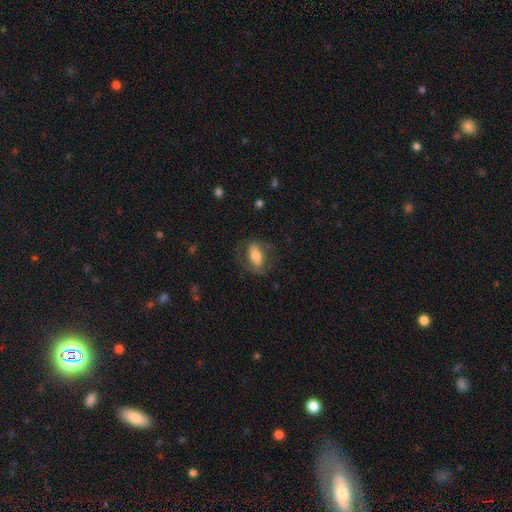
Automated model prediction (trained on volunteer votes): smooth_or_featured: smooth (p=0.56) [alt: featured or disk p=0.37]
how_rounded: in between (p=0.84) [alt: round p=0.09]
merging: none (p=0.66) [alt: minor disturbance p=0.17]